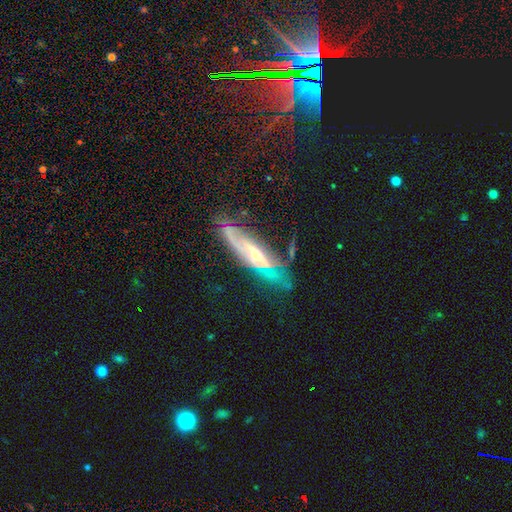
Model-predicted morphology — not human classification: featured or disk 75%, smooth 17%, star or artifact 8%. Down the decision tree: edge-on disk — no (58%); merging — none (56%).